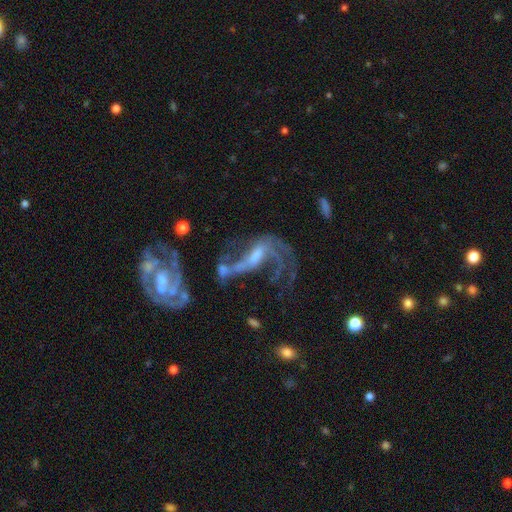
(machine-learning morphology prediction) This appears to be a featured or disk galaxy (80%) with a weak bar (42%), 2 (44%) loose (61%) spiral arms (84%) and a small central bulge (39%). Merging: major disturbance (34%, tied with merger).